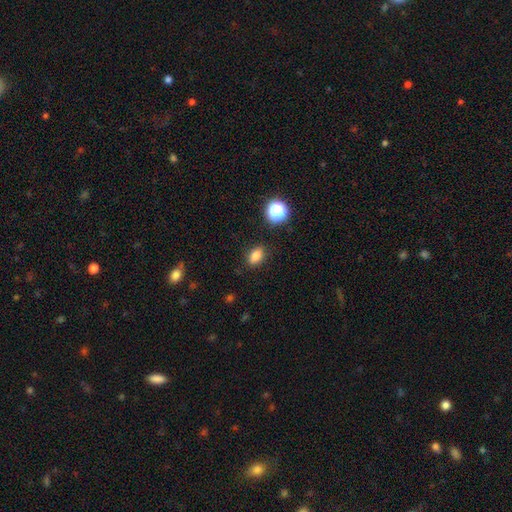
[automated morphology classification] Smooth or featured? Predicted: smooth (p=0.80). How rounded? Predicted: in between (p=0.79). Merging? Predicted: none (p=0.86).